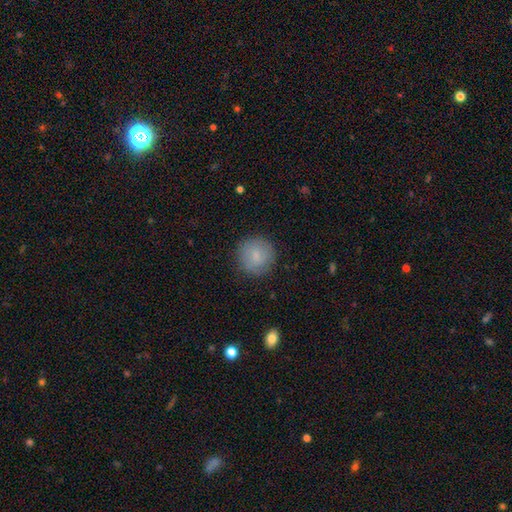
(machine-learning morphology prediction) Smooth or featured? Predicted: smooth (p=0.79). How rounded? Predicted: round (p=0.92). Merging? Predicted: none (p=0.85).